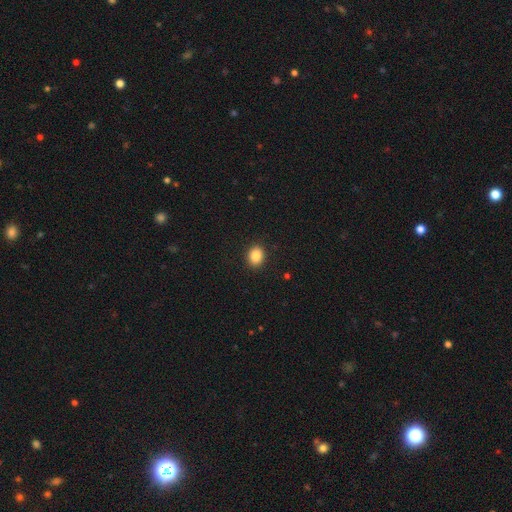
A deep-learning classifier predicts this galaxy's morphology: Q: Smooth or featured?
A: smooth (86%); runner-up: star or artifact (9%)
Q: How rounded?
A: round (53%); runner-up: in between (46%)
Q: Merging?
A: none (91%); runner-up: minor disturbance (6%)